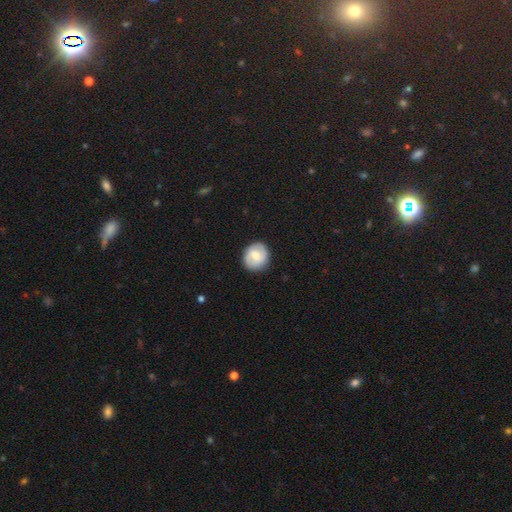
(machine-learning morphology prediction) This appears to be a smooth galaxy with no disk features (59%) that is round (82%). Merging: none (86%).